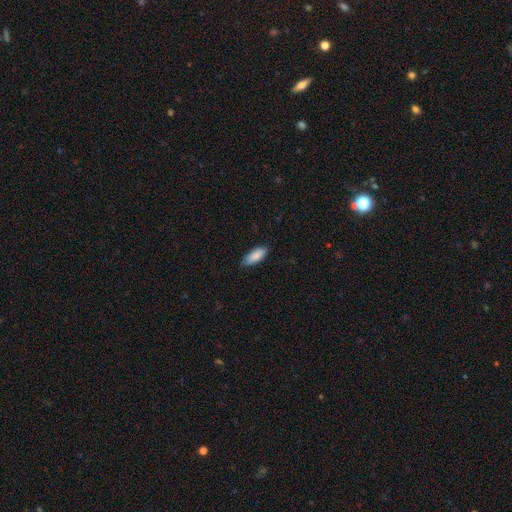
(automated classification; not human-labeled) Smooth or featured? smooth (86%)
How rounded? in between (79%)
Merging? none (77%)